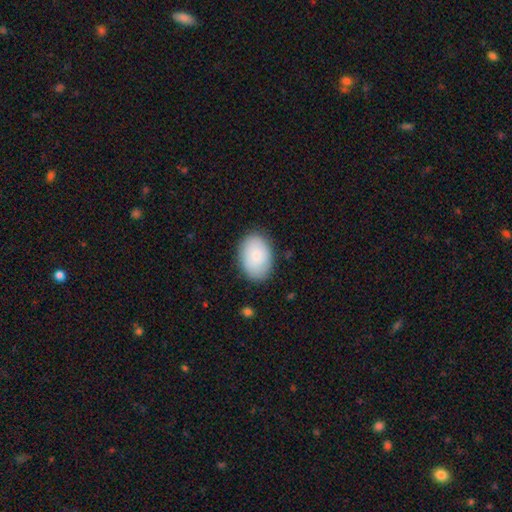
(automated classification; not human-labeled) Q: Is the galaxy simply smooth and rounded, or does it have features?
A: smooth — 83%.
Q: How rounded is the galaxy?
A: in between — 86%.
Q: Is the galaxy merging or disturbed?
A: none — 85%.